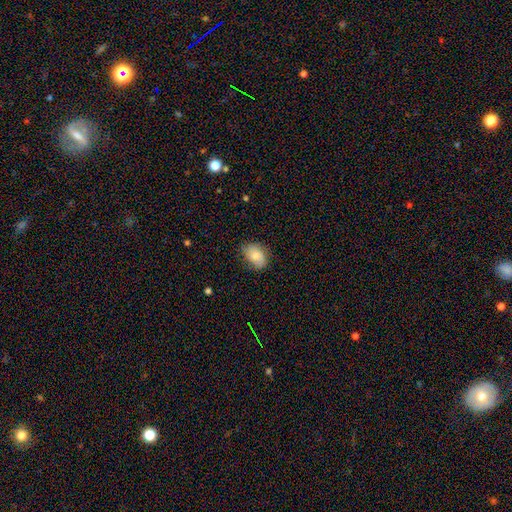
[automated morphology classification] A smooth galaxy with no disk features (76%) that is in between round and cigar-shaped (76%). Merging: none (71%).